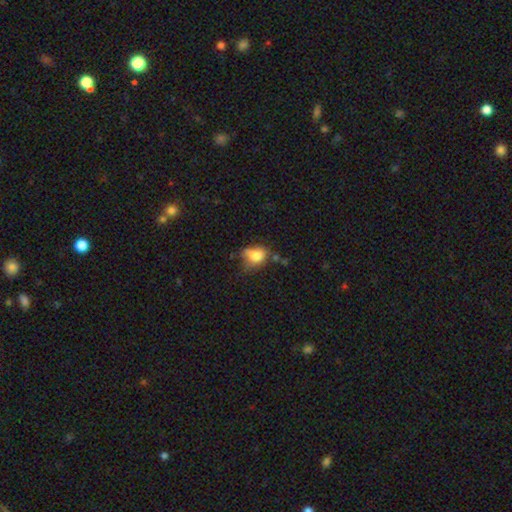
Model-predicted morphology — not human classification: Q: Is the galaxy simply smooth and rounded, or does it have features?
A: smooth — 74%.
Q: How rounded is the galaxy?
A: in between — 64%.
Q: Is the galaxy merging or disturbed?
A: none — 38%.